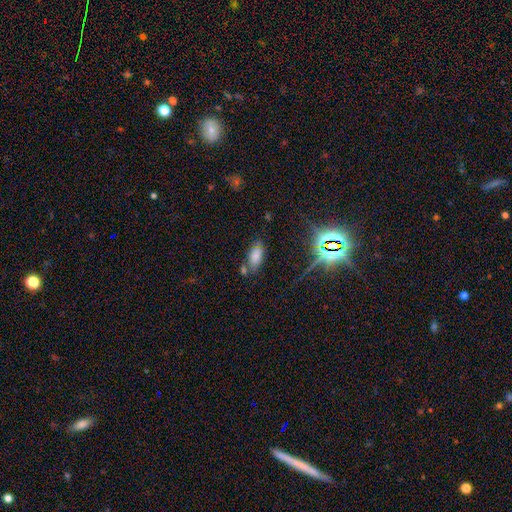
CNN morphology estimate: A smooth galaxy with no disk features (71%) that is in between round and cigar-shaped (87%).

Vote fractions:
- Smooth or featured? smooth: 71% / star or artifact: 18% / featured or disk: 11%
- How rounded? in between: 87% / cigar-shaped: 10% / round: 3%
- Merging? none: 63% / minor disturbance: 19% / merger: 12% / major disturbance: 6%